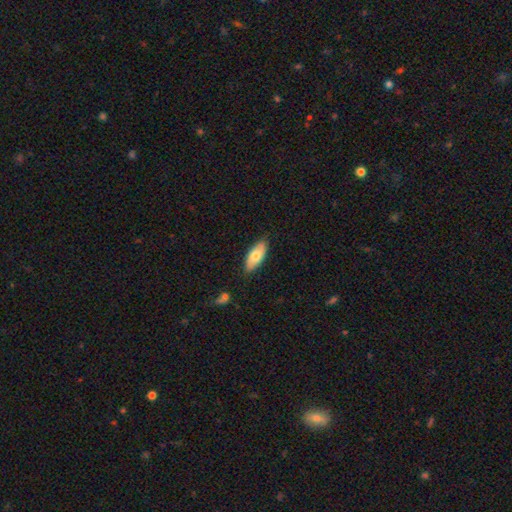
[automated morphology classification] The model was most divided on "smooth or featured": smooth: 70%, featured or disk: 24%, star or artifact: 6%. More confident: merging — none (84%); how rounded — in between (83%).